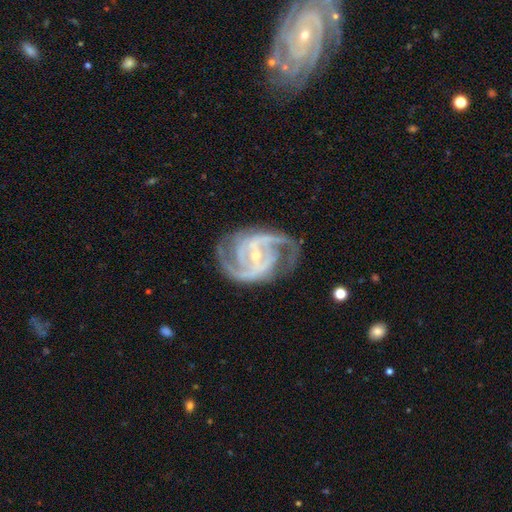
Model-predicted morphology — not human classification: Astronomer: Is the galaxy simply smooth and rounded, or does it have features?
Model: featured or disk — 93%.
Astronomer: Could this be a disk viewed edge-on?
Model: no — 97%.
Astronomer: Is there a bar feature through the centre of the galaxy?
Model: strong — 43% (runner-up: weak, 39%).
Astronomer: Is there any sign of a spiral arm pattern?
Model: yes — 98%.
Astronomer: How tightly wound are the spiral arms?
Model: medium — 54% (runner-up: tight, 35%).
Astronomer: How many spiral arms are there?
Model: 2 — 64%.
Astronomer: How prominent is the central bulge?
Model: small — 66%.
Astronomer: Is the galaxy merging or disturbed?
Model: none — 73%.